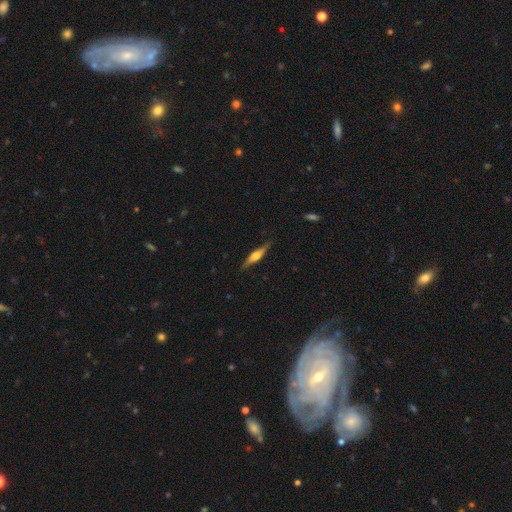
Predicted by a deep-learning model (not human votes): A featured or disk galaxy (65%) viewed edge-on (96%) with a rounded central bulge (87%). Merging: none (85%).